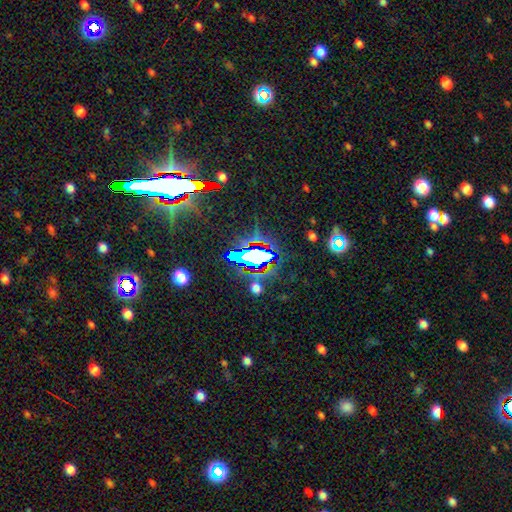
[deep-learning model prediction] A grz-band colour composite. It shows a star or artifact, not a galaxy (62%).